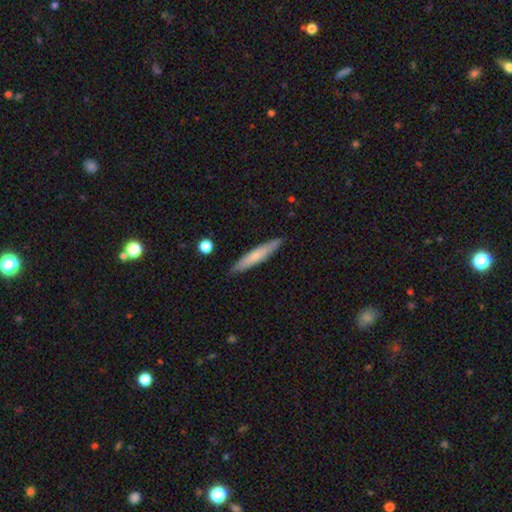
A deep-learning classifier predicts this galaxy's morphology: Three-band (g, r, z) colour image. It shows a smooth galaxy with no disk features (65%) that is cigar-shaped (92%). Merging: none (89%).